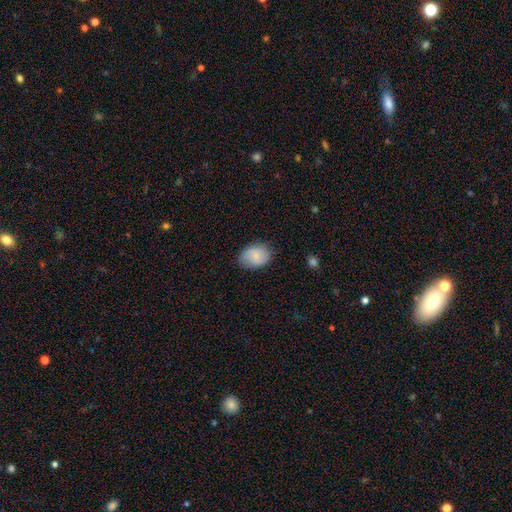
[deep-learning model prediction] Morphology: type=smooth (79%); roundness=in between (75%); merging=none (77%).